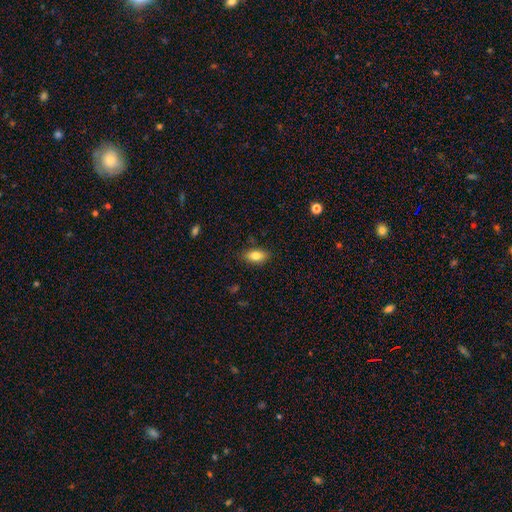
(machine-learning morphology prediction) The model was most divided on "merging": none: 84%, minor disturbance: 12%, major disturbance: 3%, merger: 1%. More confident: how rounded — in between (89%); smooth or featured — smooth (83%).